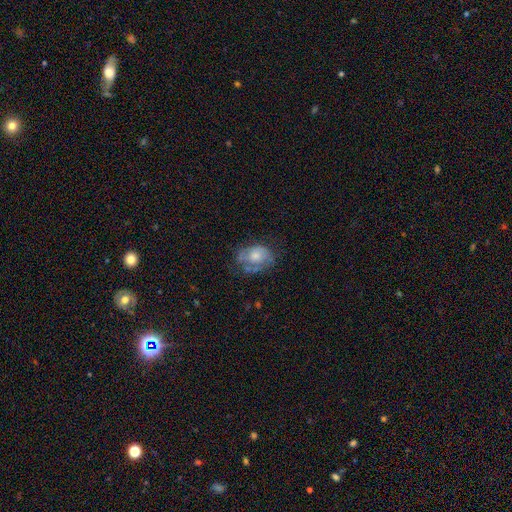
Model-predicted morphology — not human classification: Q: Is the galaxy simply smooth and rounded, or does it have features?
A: smooth — 47%.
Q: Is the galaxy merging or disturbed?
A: none — 46%.